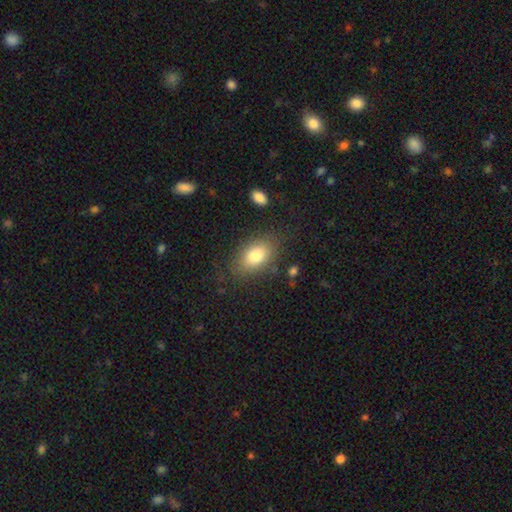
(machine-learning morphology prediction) This is likely a smooth galaxy (79%). How rounded: clearly in between (87%). Merging: likely none (79%).